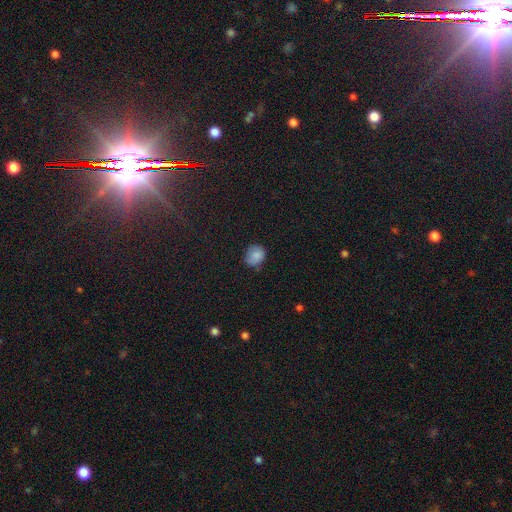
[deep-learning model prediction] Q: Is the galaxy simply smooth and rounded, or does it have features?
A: smooth — 84%.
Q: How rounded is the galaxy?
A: round — 68%.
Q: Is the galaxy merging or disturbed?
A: none — 70%.